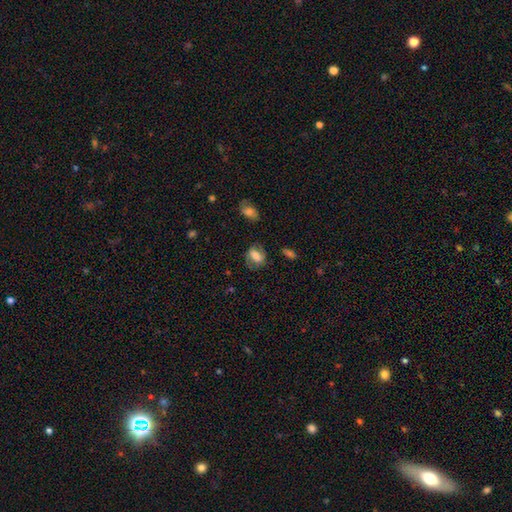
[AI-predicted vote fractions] This appears to be a smooth galaxy with no disk features (52%) that is in between round and cigar-shaped (70%). Merging: none (66%).